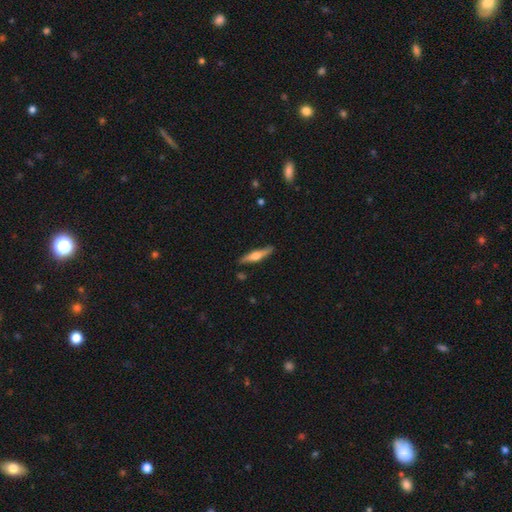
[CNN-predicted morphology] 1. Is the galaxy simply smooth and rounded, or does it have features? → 59% featured or disk, 35% smooth, 5% star or artifact.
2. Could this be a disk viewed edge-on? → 96% yes, 4% no.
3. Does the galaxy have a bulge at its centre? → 91% rounded, 6% boxy, 3% none.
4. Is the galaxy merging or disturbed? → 87% none, 10% minor disturbance, 2% major disturbance, 2% merger.